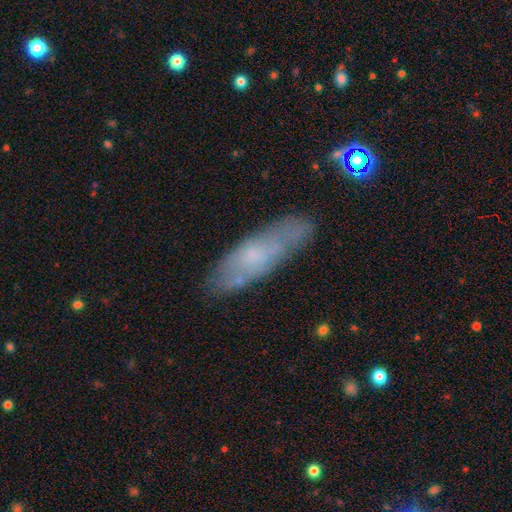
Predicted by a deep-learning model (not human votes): The model was most divided on "how rounded": cigar-shaped: 52%, in between: 46%, round: 2%. More confident: merging — none (74%); smooth or featured — smooth (51%).